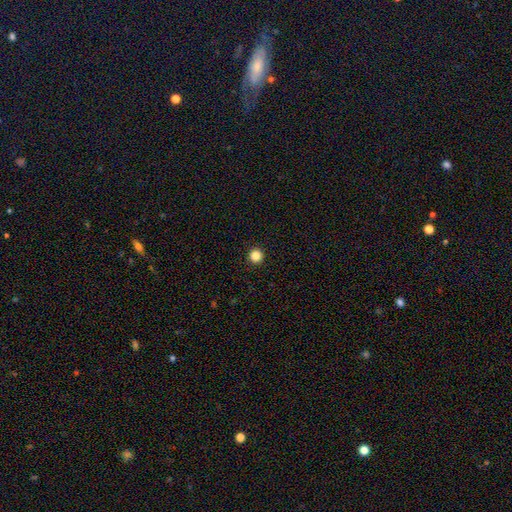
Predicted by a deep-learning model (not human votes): A smooth galaxy with no disk features (85%) that is round (96%).

Vote fractions:
- Smooth or featured? smooth: 85% / star or artifact: 11% / featured or disk: 3%
- How rounded? round: 96% / in between: 3% / cigar-shaped: 1%
- Merging? none: 94% / minor disturbance: 3% / major disturbance: 1% / merger: 1%